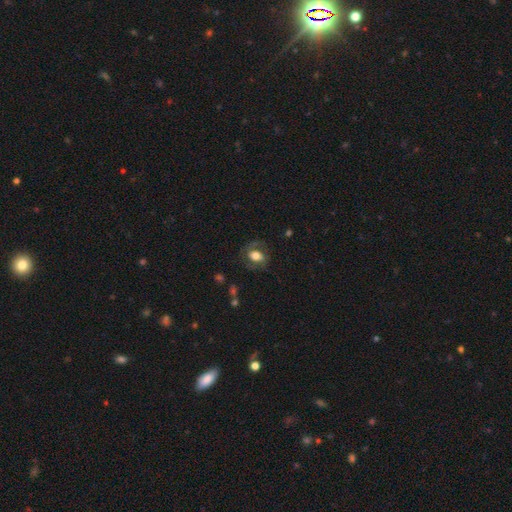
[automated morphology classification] A smooth galaxy with no disk features (54%) that is in between round and cigar-shaped (72%). Merging: none (66%).